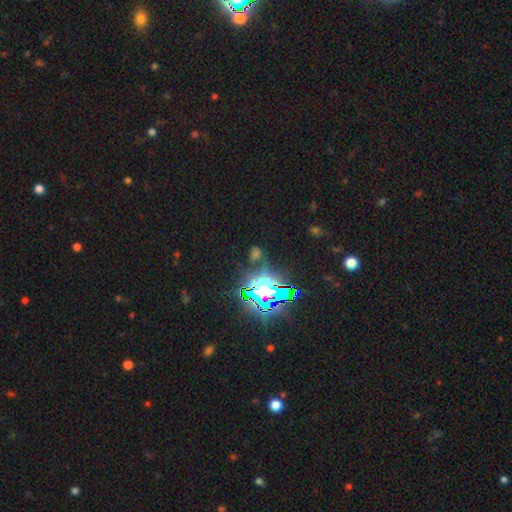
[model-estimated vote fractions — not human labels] smooth_or_featured: star or artifact (p=0.74) [alt: smooth p=0.18]